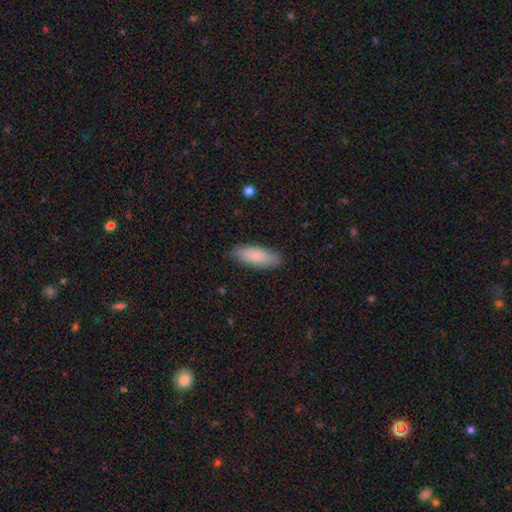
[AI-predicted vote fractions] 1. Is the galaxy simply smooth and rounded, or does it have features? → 83% smooth, 11% featured or disk, 6% star or artifact.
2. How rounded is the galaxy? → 66% in between, 33% cigar-shaped, 2% round.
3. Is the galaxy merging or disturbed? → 87% none, 10% minor disturbance, 2% major disturbance, 1% merger.